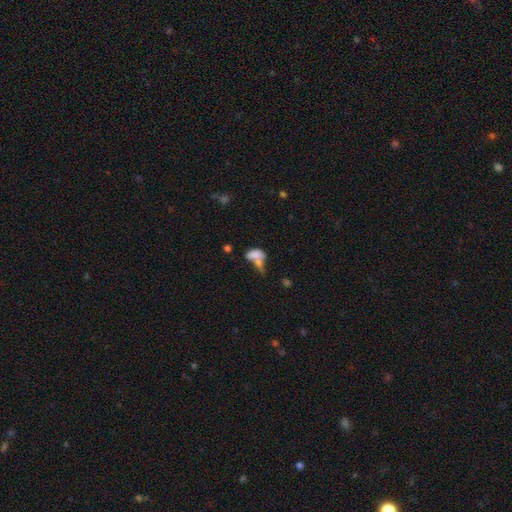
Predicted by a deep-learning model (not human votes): smooth 70%, featured or disk 19%, star or artifact 11%. Down the decision tree: how rounded — in between (86%); merging — merger (52%).